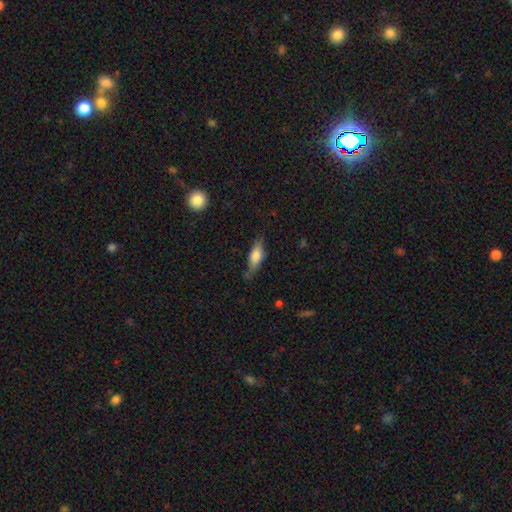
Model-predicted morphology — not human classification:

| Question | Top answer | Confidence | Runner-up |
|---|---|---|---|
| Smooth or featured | smooth | 64% | featured or disk (29%) |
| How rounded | in between | 54% | cigar-shaped (43%) |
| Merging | none | 70% | minor disturbance (22%) |